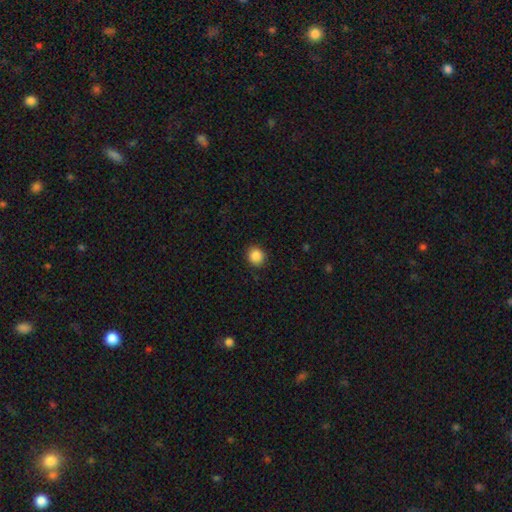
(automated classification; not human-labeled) A smooth galaxy with no disk features (88%) that is round (85%).

Vote fractions:
- Smooth or featured? smooth: 88% / star or artifact: 9% / featured or disk: 3%
- How rounded? round: 85% / in between: 15% / cigar-shaped: 1%
- Merging? none: 90% / minor disturbance: 7% / major disturbance: 2% / merger: 1%